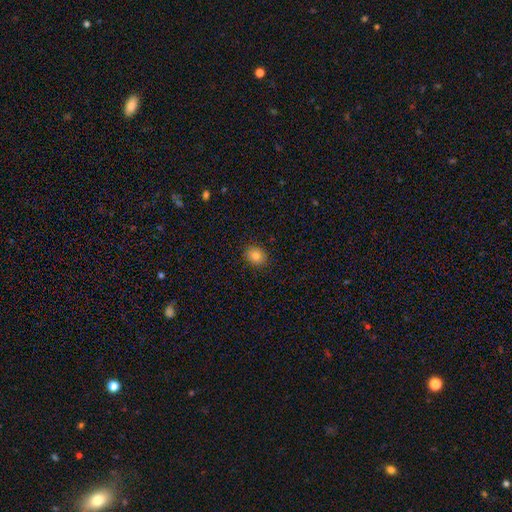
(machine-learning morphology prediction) smooth_or_featured: smooth (p=0.83) [alt: star or artifact p=0.10]
how_rounded: round (p=0.67) [alt: in between p=0.32]
merging: none (p=0.90) [alt: minor disturbance p=0.07]